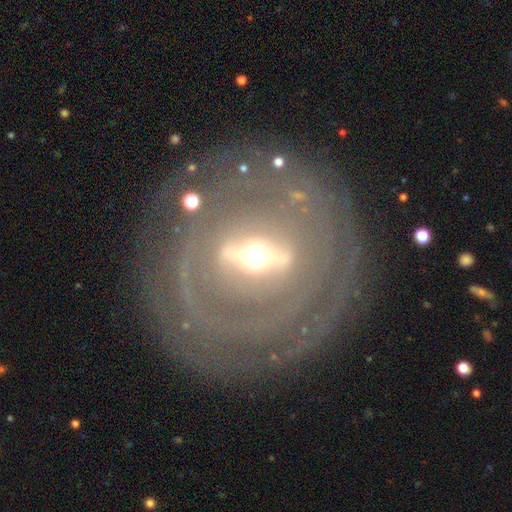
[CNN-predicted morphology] Q: Smooth or featured?
A: featured or disk (85%); runner-up: smooth (9%)
Q: Edge-on disk?
A: no (86%); runner-up: yes (14%)
Q: Bar?
A: strong (66%); runner-up: weak (23%)
Q: Spiral arms?
A: yes (64%); runner-up: no (36%)
Q: Bulge size?
A: moderate (54%); runner-up: small (33%)
Q: Merging?
A: none (75%); runner-up: minor disturbance (12%)